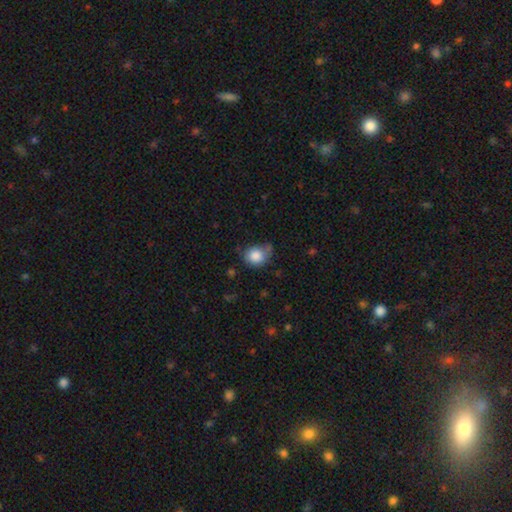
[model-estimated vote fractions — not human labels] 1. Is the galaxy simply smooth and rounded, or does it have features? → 85% smooth, 9% star or artifact, 6% featured or disk.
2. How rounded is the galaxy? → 67% round, 32% in between, 1% cigar-shaped.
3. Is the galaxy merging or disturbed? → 55% none, 31% minor disturbance, 8% major disturbance, 6% merger.